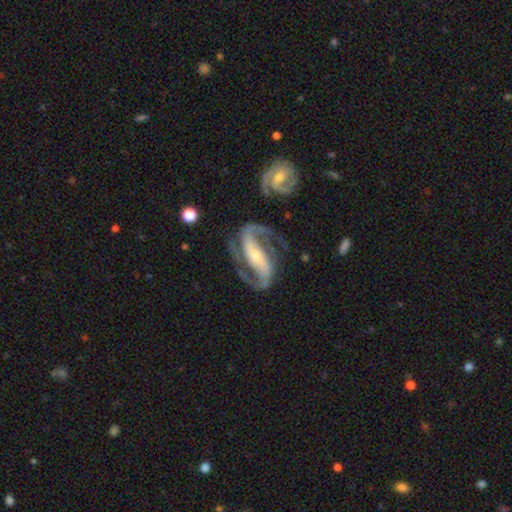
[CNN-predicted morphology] Overall: featured or disk (91%). Edge-on disk: no (95%). Bar: strong (65%). Spiral arms: yes (97%). Spiral arm count: 2 (92%). Spiral winding: medium (55%; loose 23%). Bulge size: small (56%; moderate 38%). Merging: none (68%).